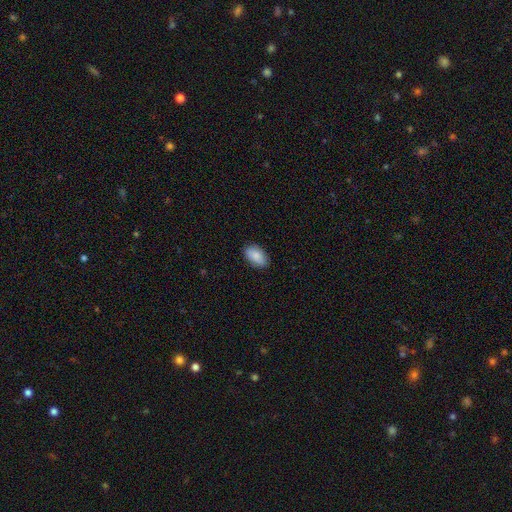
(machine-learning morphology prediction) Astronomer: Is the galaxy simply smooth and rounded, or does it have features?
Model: smooth — 87%.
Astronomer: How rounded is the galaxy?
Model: in between — 94%.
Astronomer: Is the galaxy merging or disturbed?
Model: none — 86%.